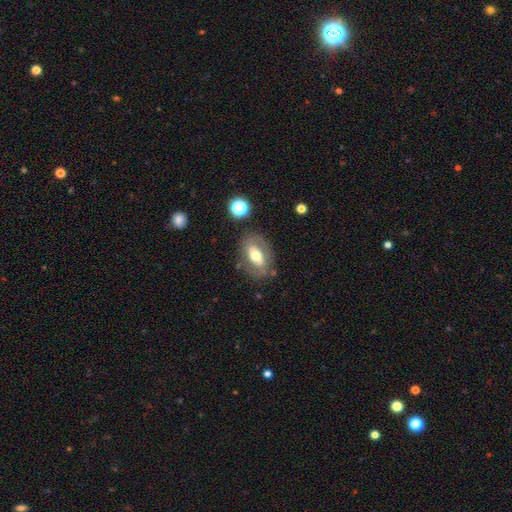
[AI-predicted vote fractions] This appears to be a smooth galaxy with no disk features (48%). Merging: none (73%).